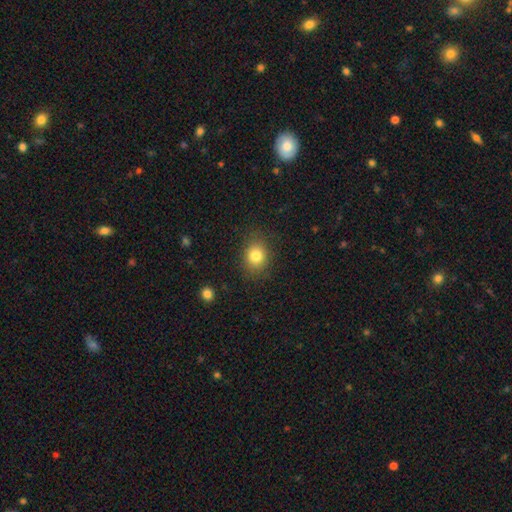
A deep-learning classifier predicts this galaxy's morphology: Smooth or featured?
  - smooth: 81% *
  - star or artifact: 11%
  - featured or disk: 8%
How rounded?
  - round: 62% *
  - in between: 37%
  - cigar-shaped: 1%
Merging?
  - none: 84% *
  - minor disturbance: 11%
  - major disturbance: 4%
  - merger: 1%